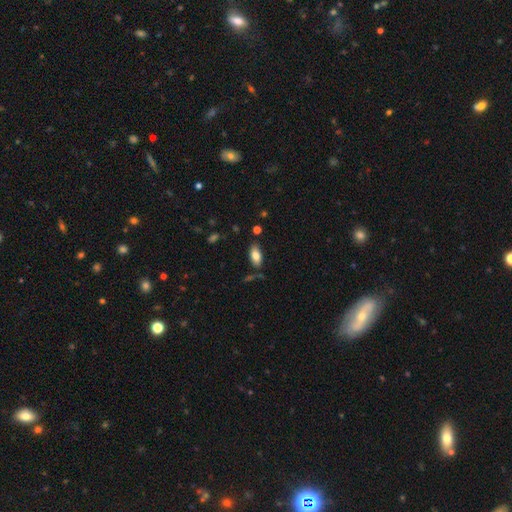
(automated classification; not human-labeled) Smooth or featured: smooth — 79% (featured or disk — 14%)
How rounded: in between — 91% (cigar-shaped — 7%)
Merging: none — 78% (minor disturbance — 14%)